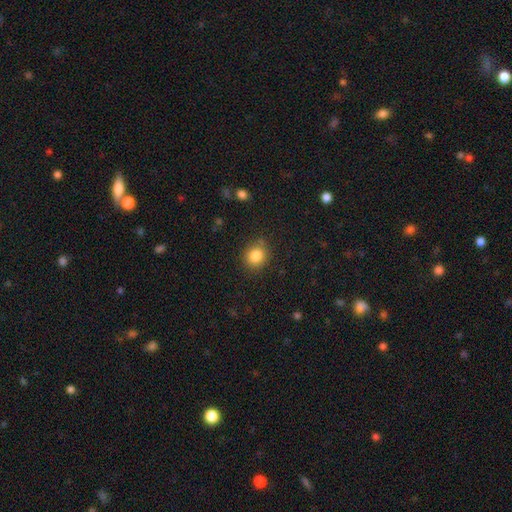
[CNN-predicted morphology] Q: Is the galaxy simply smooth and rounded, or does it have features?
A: smooth — 84%.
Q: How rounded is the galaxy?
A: round — 81%.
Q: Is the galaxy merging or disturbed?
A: none — 84%.